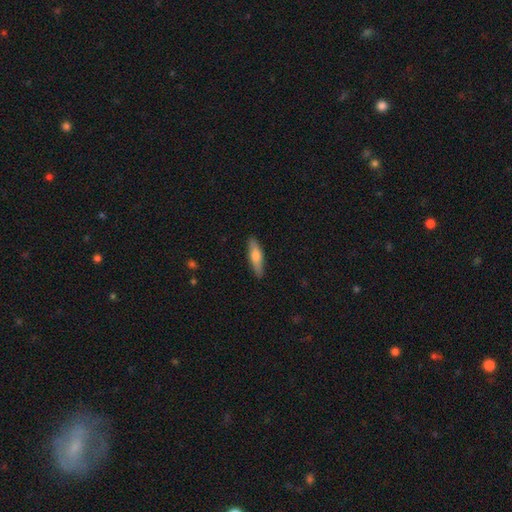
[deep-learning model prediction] Overall: smooth (66%; featured or disk 28%). How rounded: cigar-shaped (66%; in between 32%). Merging: none (88%).